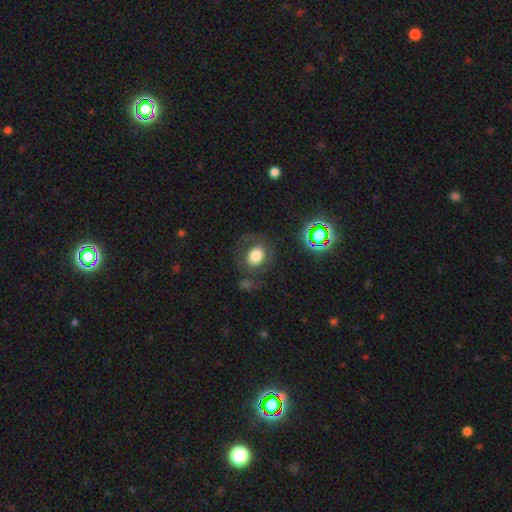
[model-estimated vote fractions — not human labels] The model was most divided on "how rounded": round: 61%, in between: 38%, cigar-shaped: 1%. More confident: merging — none (71%); smooth or featured — smooth (63%).